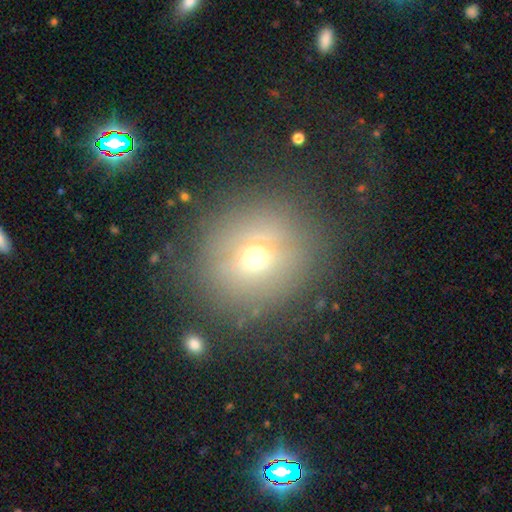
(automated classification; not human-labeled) This appears to be a smooth galaxy with no disk features (55%) that is round (87%). Merging: none (76%).